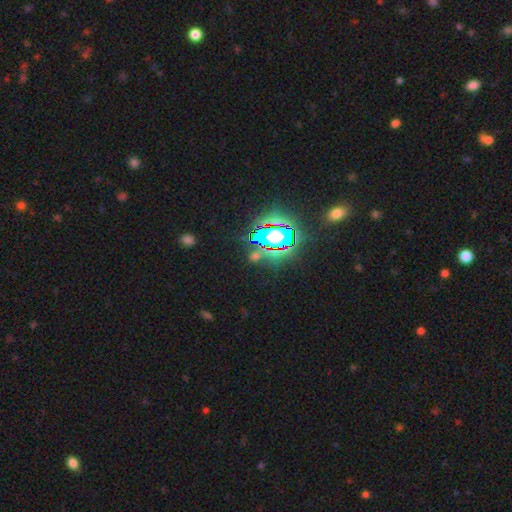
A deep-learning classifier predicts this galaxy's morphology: Smooth or featured?
  - star or artifact: 79% *
  - smooth: 13%
  - featured or disk: 8%